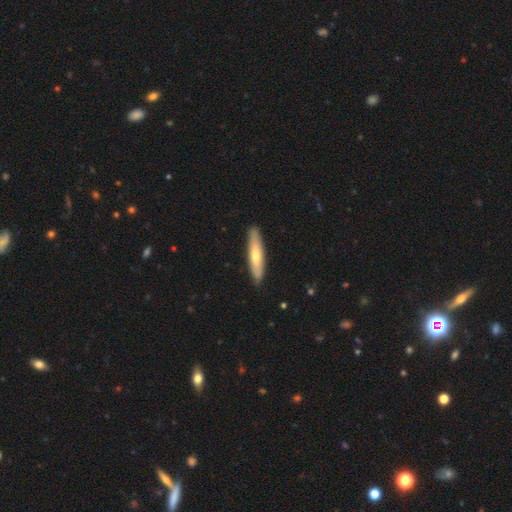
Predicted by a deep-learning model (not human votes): The model was most divided on "smooth or featured": smooth: 59%, featured or disk: 36%, star or artifact: 5%. More confident: merging — none (88%); how rounded — cigar-shaped (82%).